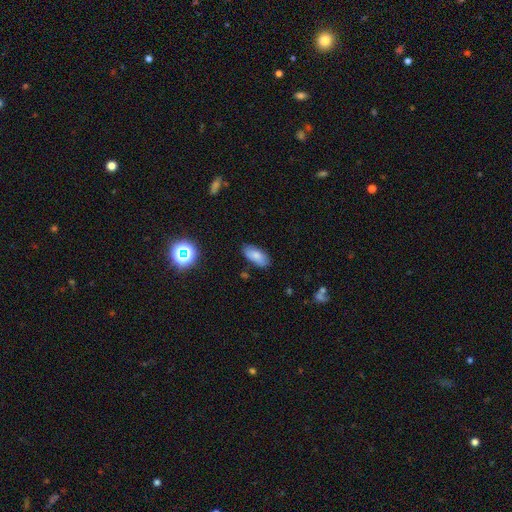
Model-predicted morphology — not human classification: Smooth or featured: smooth — 77% (featured or disk — 13%)
How rounded: in between — 90% (cigar-shaped — 8%)
Merging: none — 82% (minor disturbance — 14%)